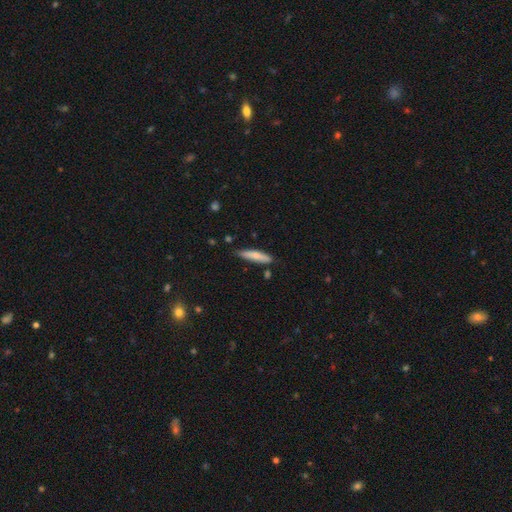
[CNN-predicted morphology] This is likely a smooth galaxy (74%). How rounded: clearly cigar-shaped (81%). Merging: likely none (77%).